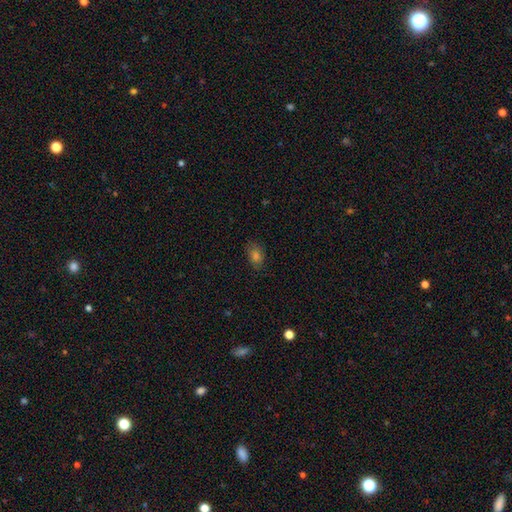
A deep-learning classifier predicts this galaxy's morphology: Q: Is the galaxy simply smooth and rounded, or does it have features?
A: smooth — 71%.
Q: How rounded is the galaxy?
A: in between — 73%.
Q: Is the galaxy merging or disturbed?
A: none — 81%.